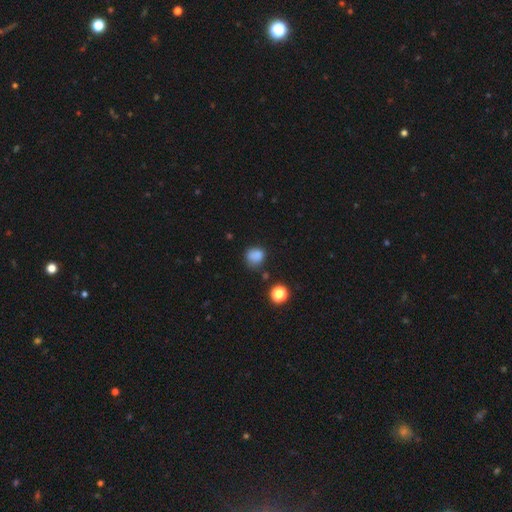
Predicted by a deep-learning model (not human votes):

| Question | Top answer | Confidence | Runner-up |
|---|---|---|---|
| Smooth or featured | smooth | 80% | star or artifact (13%) |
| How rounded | round | 72% | in between (27%) |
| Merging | none | 63% | minor disturbance (23%) |